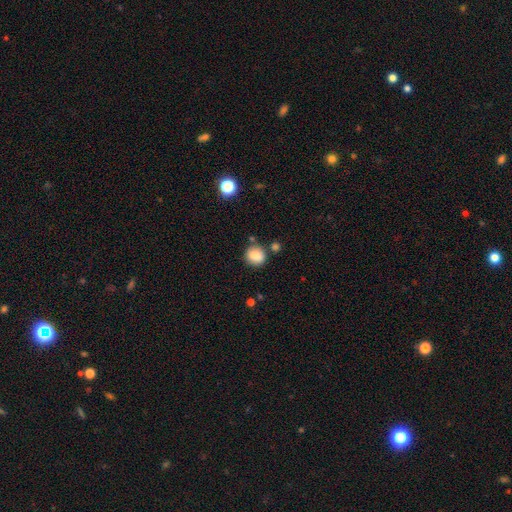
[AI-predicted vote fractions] This is clearly a smooth galaxy (85%). How rounded: likely round (73%). Merging: likely none (71%).